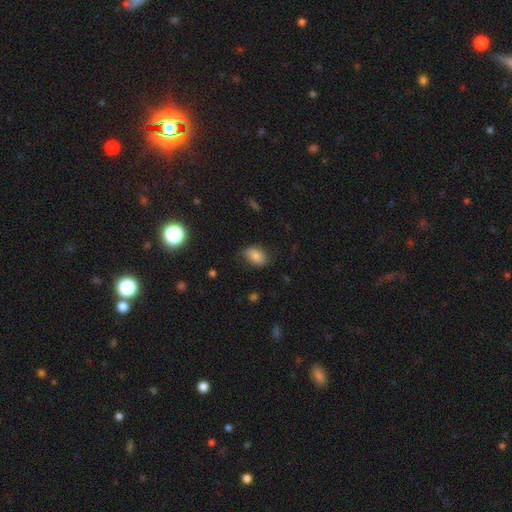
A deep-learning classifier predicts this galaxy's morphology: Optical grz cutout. It shows a smooth galaxy with no disk features (77%) that is in between round and cigar-shaped (87%). Merging: none (70%).